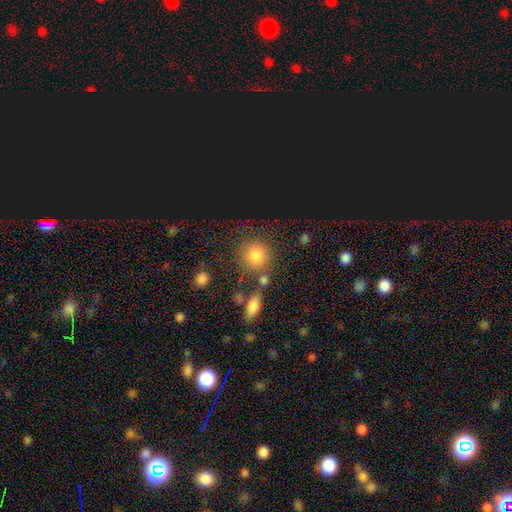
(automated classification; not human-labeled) The model was most divided on "smooth or featured": smooth: 75%, star or artifact: 16%, featured or disk: 8%. More confident: how rounded — round (89%); merging — none (73%).